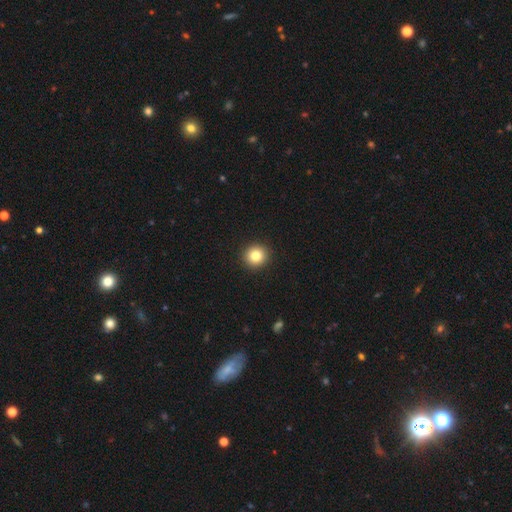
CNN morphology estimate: A smooth galaxy with no disk features (83%) that is round (93%).

Vote fractions:
- Smooth or featured? smooth: 83% / star or artifact: 10% / featured or disk: 7%
- How rounded? round: 93% / in between: 6% / cigar-shaped: 1%
- Merging? none: 93% / minor disturbance: 4% / major disturbance: 2% / merger: 1%